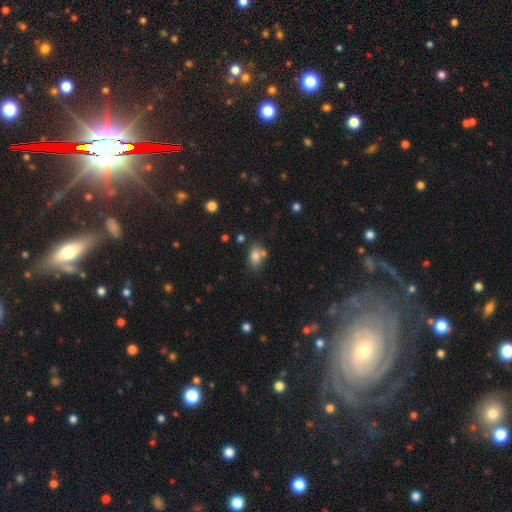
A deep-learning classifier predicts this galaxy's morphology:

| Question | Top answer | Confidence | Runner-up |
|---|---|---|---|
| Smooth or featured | smooth | 79% | star or artifact (11%) |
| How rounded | in between | 84% | round (14%) |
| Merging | none | 58% | merger (20%) |